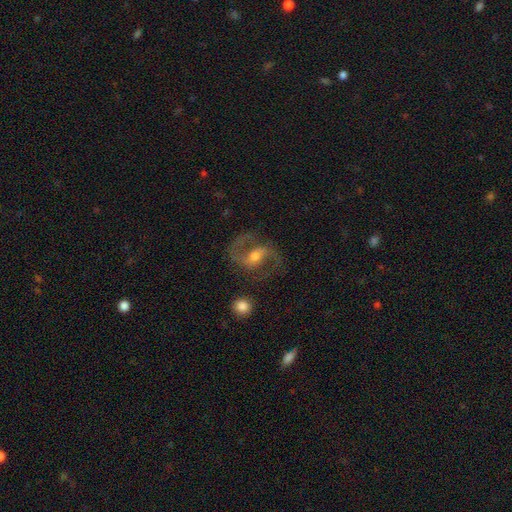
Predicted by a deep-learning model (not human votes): Smooth or featured? Predicted: featured or disk (p=0.85). Edge-on disk? Predicted: no (p=0.97). Bar? Predicted: weak (p=0.43). Spiral arms? Predicted: yes (p=0.94). Spiral winding? Predicted: medium (p=0.57). Spiral arm count? Predicted: 2 (p=0.93). Bulge size? Predicted: moderate (p=0.62). Merging? Predicted: none (p=0.75).